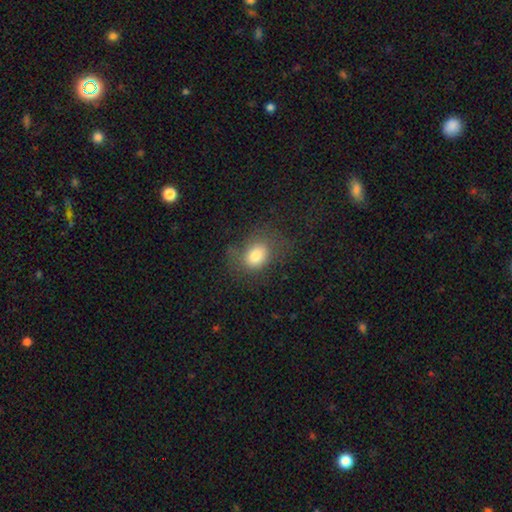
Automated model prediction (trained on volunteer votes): Smooth or featured?
  - smooth: 78% *
  - featured or disk: 11%
  - star or artifact: 11%
How rounded?
  - in between: 64% *
  - round: 34%
  - cigar-shaped: 1%
Merging?
  - none: 56% *
  - minor disturbance: 23%
  - major disturbance: 19%
  - merger: 2%